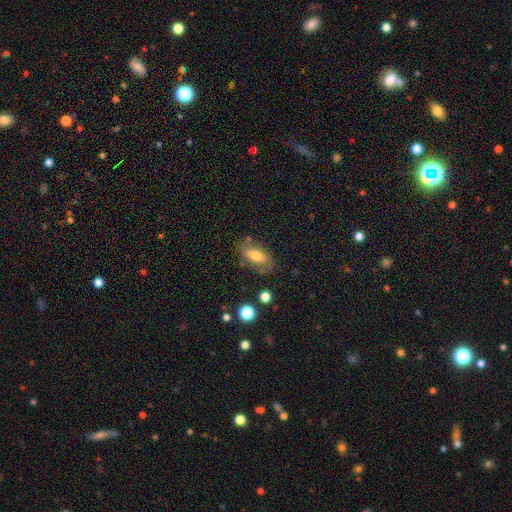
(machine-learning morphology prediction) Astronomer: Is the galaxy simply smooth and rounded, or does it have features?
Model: smooth — 65%.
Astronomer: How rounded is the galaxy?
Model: in between — 85%.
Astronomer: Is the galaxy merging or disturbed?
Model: none — 70%.